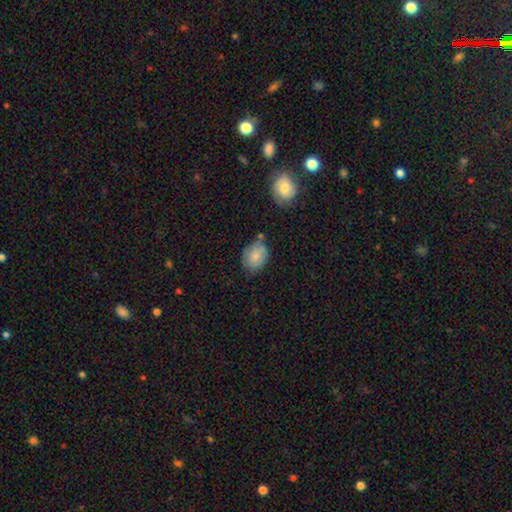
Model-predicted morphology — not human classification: Smooth or featured? Predicted: smooth (p=0.74). How rounded? Predicted: in between (p=0.67). Merging? Predicted: none (p=0.54).